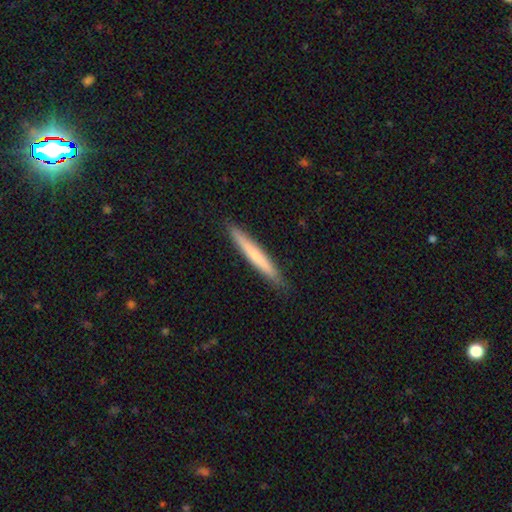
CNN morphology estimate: Smooth or featured?
  - smooth: 65% *
  - featured or disk: 30%
  - star or artifact: 5%
How rounded?
  - cigar-shaped: 96% *
  - in between: 3%
  - round: 1%
Merging?
  - none: 90% *
  - minor disturbance: 8%
  - major disturbance: 1%
  - merger: 1%